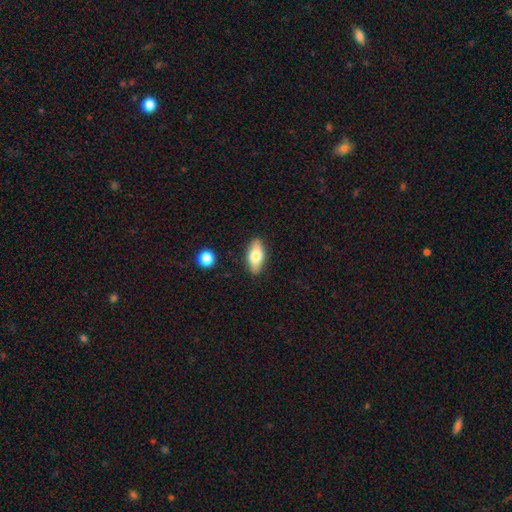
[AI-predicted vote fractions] Smooth or featured: smooth — 73% (featured or disk — 20%)
How rounded: in between — 85% (cigar-shaped — 12%)
Merging: none — 86% (minor disturbance — 10%)